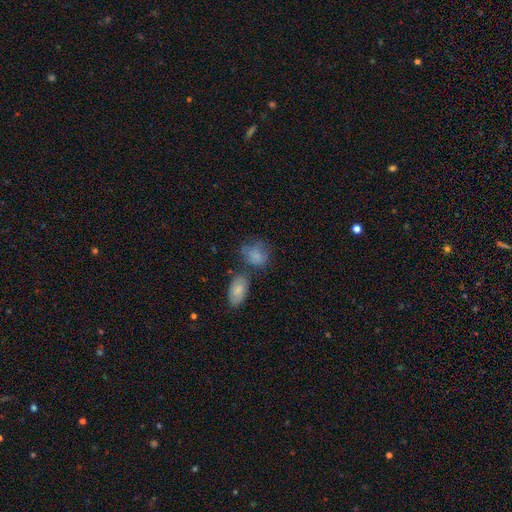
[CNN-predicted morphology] Overall: smooth (80%). How rounded: in between (50%; round 49%). Merging: none (47%; merger 22%).